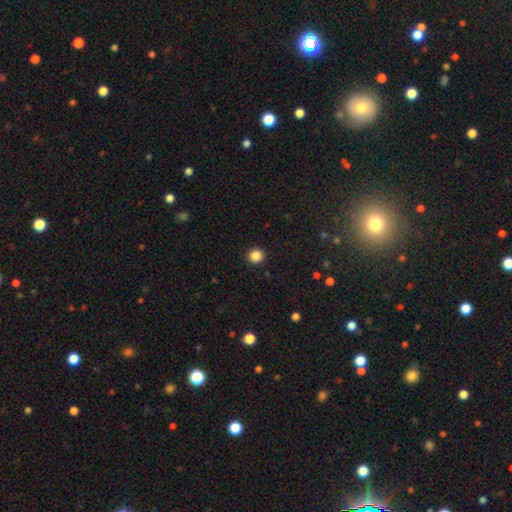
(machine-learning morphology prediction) A smooth galaxy with no disk features (86%) that is round (91%).

Vote fractions:
- Smooth or featured? smooth: 86% / star or artifact: 11% / featured or disk: 3%
- How rounded? round: 91% / in between: 8% / cigar-shaped: 1%
- Merging? none: 92% / minor disturbance: 5% / major disturbance: 2% / merger: 1%